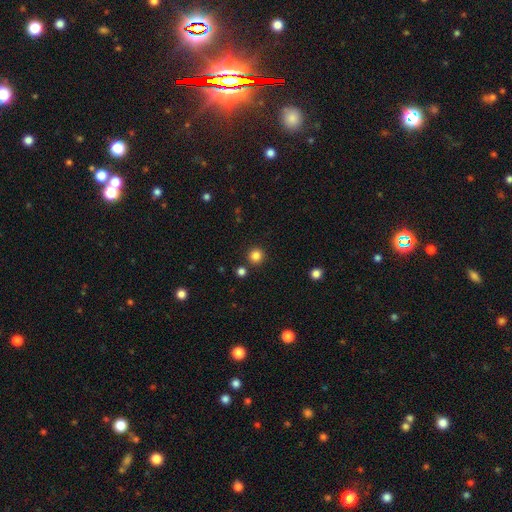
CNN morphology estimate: This appears to be a smooth galaxy with no disk features (83%) that is round (95%). Merging: none (89%).